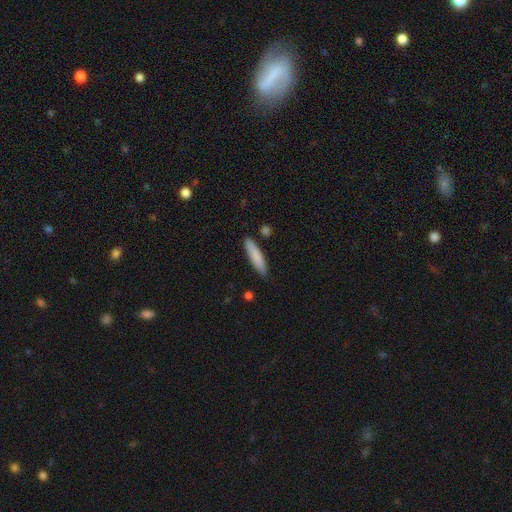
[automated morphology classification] Smooth or featured? Predicted: smooth (p=0.84). How rounded? Predicted: cigar-shaped (p=0.81). Merging? Predicted: none (p=0.85).